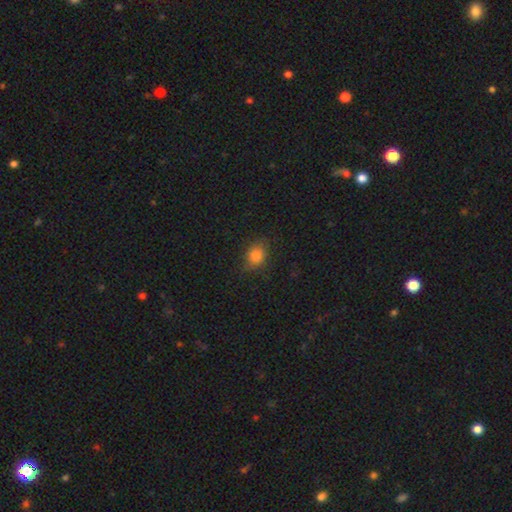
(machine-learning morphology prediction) smooth_or_featured: smooth (p=0.80) [alt: star or artifact p=0.13]
how_rounded: in between (p=0.49) [tied with: round p=0.49]
merging: none (p=0.79) [alt: minor disturbance p=0.16]